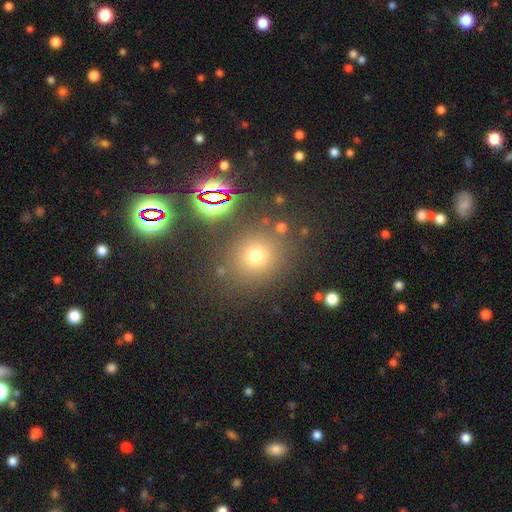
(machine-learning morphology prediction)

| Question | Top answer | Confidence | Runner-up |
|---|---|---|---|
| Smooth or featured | smooth | 69% | star or artifact (22%) |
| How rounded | round | 85% | in between (14%) |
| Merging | none | 79% | minor disturbance (10%) |